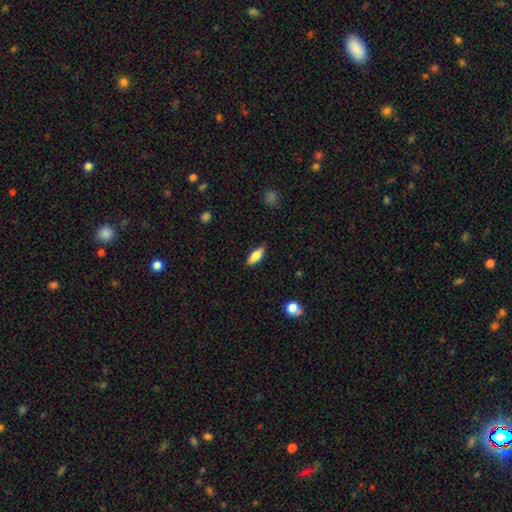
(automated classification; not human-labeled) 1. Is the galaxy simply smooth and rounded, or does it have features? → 71% smooth, 23% featured or disk, 7% star or artifact.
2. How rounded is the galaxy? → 64% in between, 33% cigar-shaped, 3% round.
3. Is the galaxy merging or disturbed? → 85% none, 11% minor disturbance, 2% major disturbance, 1% merger.